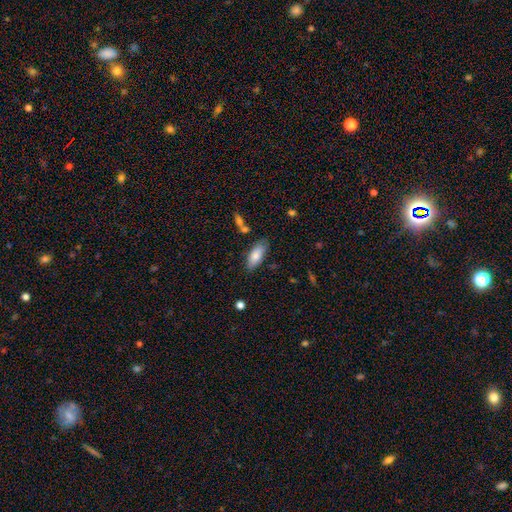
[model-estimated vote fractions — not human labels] This is likely a smooth galaxy (78%). How rounded: likely in between (77%). Merging: likely none (76%).